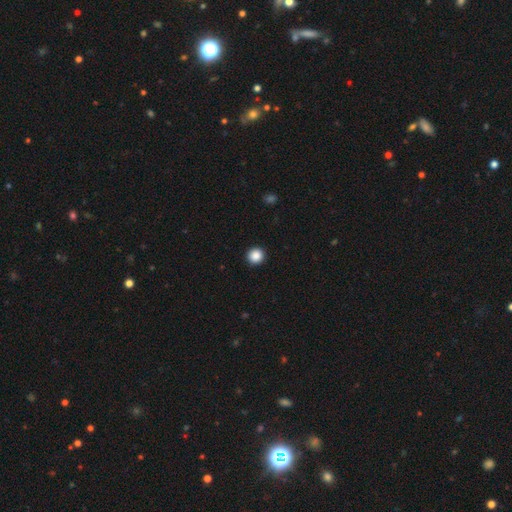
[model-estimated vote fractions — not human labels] Smooth or featured? Predicted: smooth (p=0.87). How rounded? Predicted: round (p=0.95). Merging? Predicted: none (p=0.94).